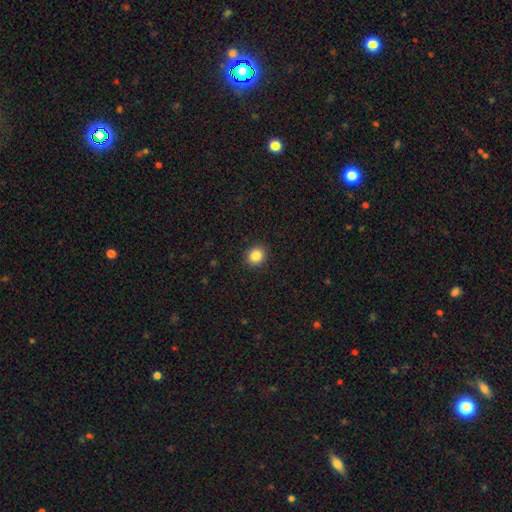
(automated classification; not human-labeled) smooth-or-featured: smooth: 86% | star or artifact: 10% | featured or disk: 4%
  how-rounded: round: 85% | in between: 14% | cigar-shaped: 1%
  merging: none: 92% | minor disturbance: 5% | major disturbance: 2% | merger: 1%